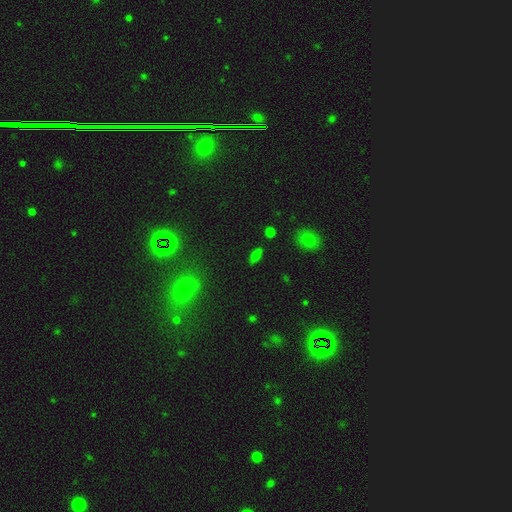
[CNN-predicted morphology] A smooth galaxy with no disk features (67%) that is in between round and cigar-shaped (79%). Merging: none (84%).